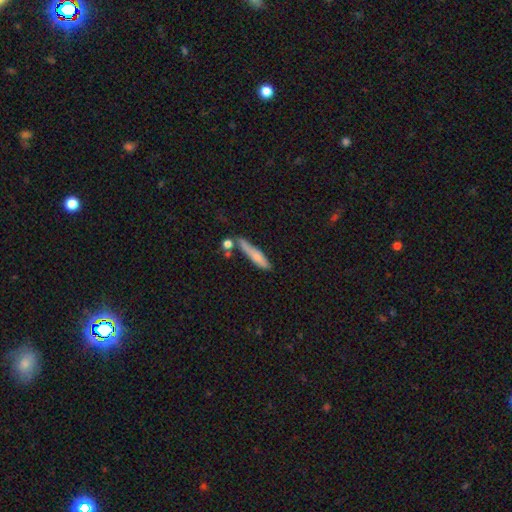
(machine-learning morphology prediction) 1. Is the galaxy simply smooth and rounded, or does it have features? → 68% smooth, 24% featured or disk, 8% star or artifact.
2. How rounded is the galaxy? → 84% cigar-shaped, 13% in between, 2% round.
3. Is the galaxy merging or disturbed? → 58% none, 22% minor disturbance, 13% merger, 7% major disturbance.